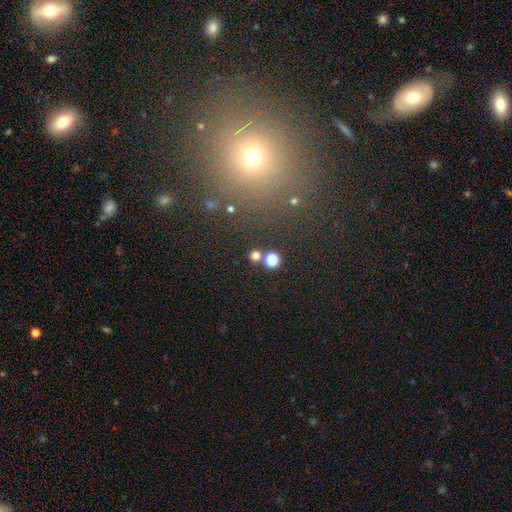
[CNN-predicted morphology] This appears to be a smooth galaxy with no disk features (72%) that is round (92%). Merging: none (79%).